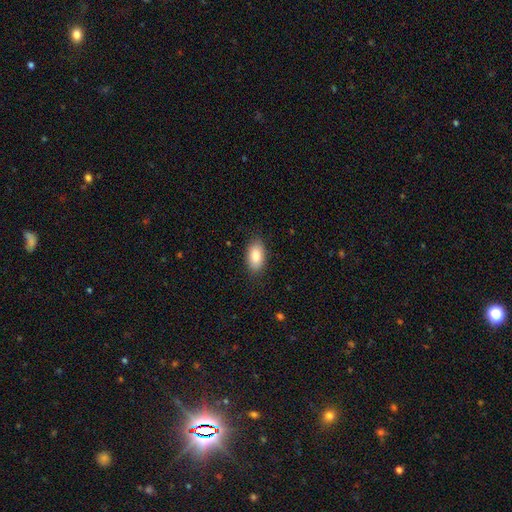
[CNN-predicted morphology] type=smooth (86%); roundness=in between (93%); merging=none (85%).